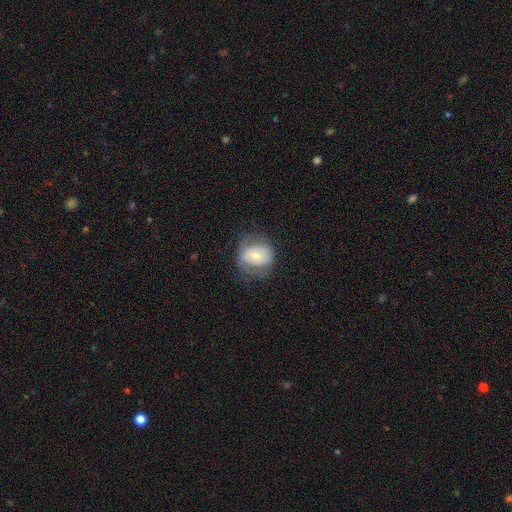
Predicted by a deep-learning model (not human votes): smooth_or_featured: smooth (p=0.55) [alt: featured or disk p=0.37]
how_rounded: round (p=0.65) [alt: in between p=0.34]
merging: none (p=0.61) [alt: minor disturbance p=0.24]